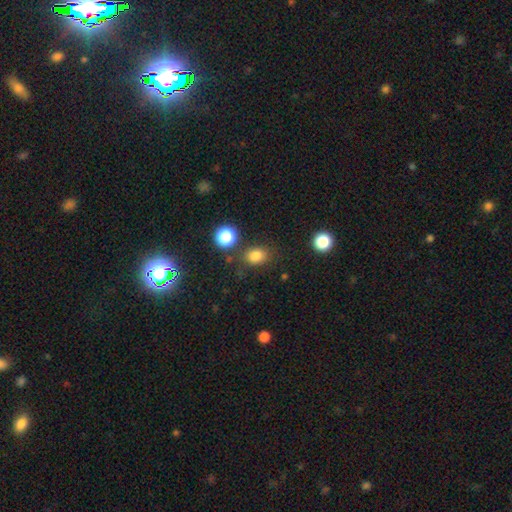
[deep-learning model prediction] smooth-or-featured: smooth: 81% | star or artifact: 14% | featured or disk: 5%
  how-rounded: in between: 59% | round: 40% | cigar-shaped: 1%
  merging: none: 75% | minor disturbance: 14% | merger: 6% | major disturbance: 5%